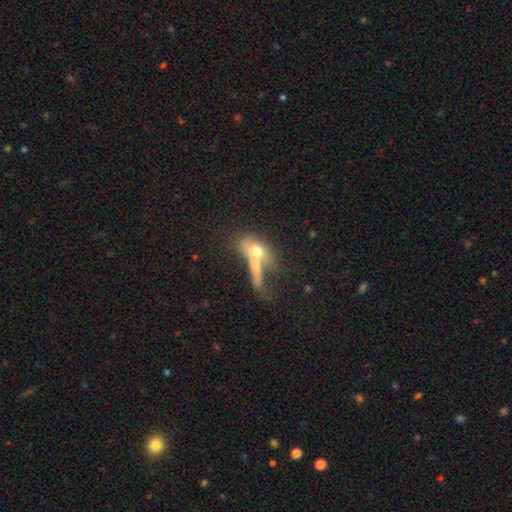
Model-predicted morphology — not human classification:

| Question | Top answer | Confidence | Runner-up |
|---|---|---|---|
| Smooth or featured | smooth | 54% | featured or disk (35%) |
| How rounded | in between | 56% | cigar-shaped (22%) |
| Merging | merger | 52% | major disturbance (20%) |